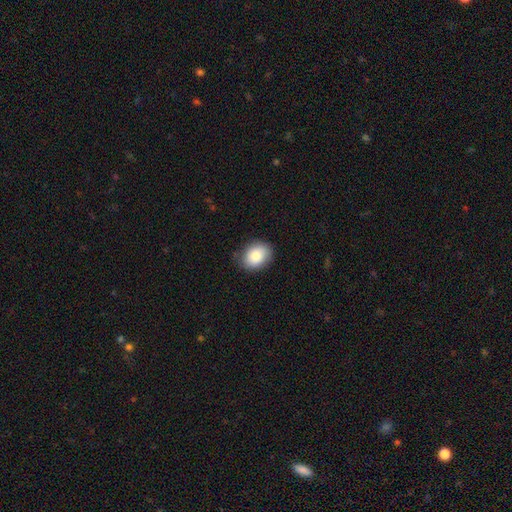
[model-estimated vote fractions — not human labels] The model was most divided on "how rounded": in between: 60%, round: 39%, cigar-shaped: 1%. More confident: smooth or featured — smooth (83%); merging — none (81%).